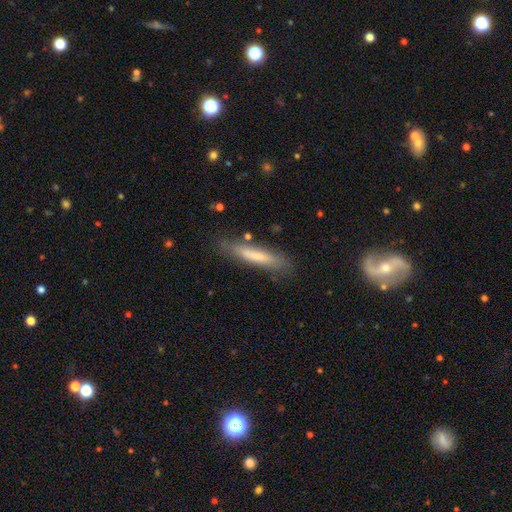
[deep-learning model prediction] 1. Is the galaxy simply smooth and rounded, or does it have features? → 69% smooth, 25% featured or disk, 7% star or artifact.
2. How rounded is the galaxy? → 89% cigar-shaped, 10% in between, 1% round.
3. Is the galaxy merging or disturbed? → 79% none, 15% minor disturbance, 4% major disturbance, 3% merger.